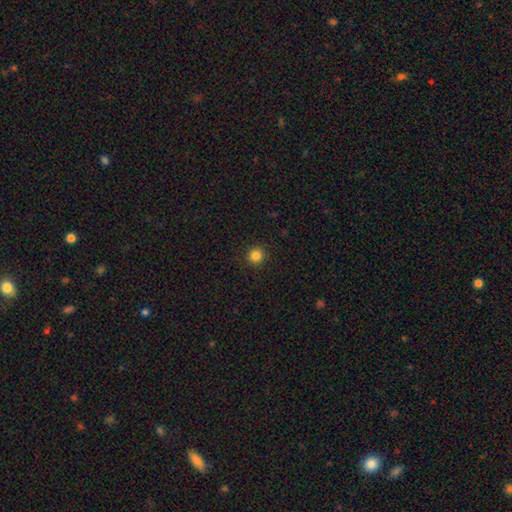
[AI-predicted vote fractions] This is clearly a smooth galaxy (84%). How rounded: clearly round (94%). Merging: clearly none (92%).